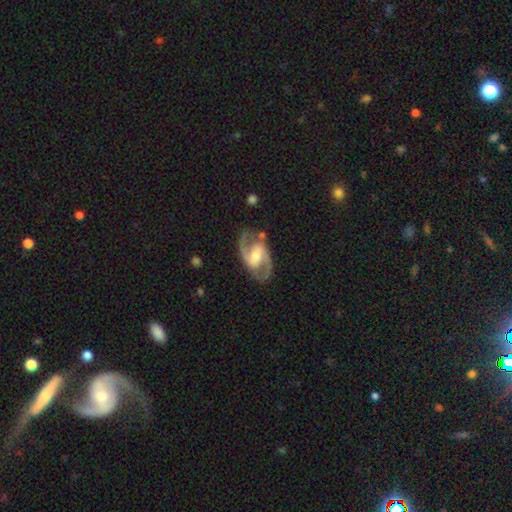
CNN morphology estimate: Smooth or featured? featured or disk (87%)
Edge-on disk? no (97%)
Bar? weak (46%)
Spiral arms? yes (95%)
Spiral winding? medium (61%)
Spiral arm count? 2 (92%)
Bulge size? moderate (58%)
Merging? none (78%)